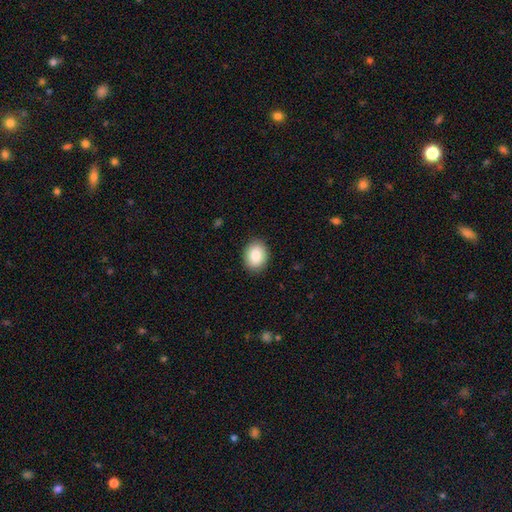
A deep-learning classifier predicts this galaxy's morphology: A smooth galaxy with no disk features (87%) that is in between round and cigar-shaped (67%). Merging: none (88%).